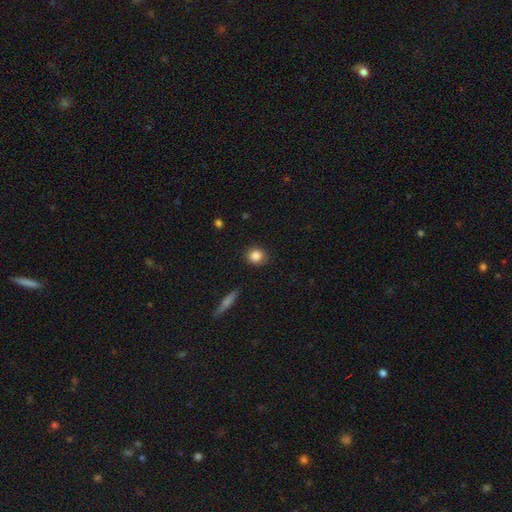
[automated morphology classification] Smooth or featured?
  - smooth: 85% *
  - star or artifact: 9%
  - featured or disk: 6%
How rounded?
  - round: 83% *
  - in between: 16%
  - cigar-shaped: 2%
Merging?
  - none: 88% *
  - minor disturbance: 9%
  - major disturbance: 2%
  - merger: 1%